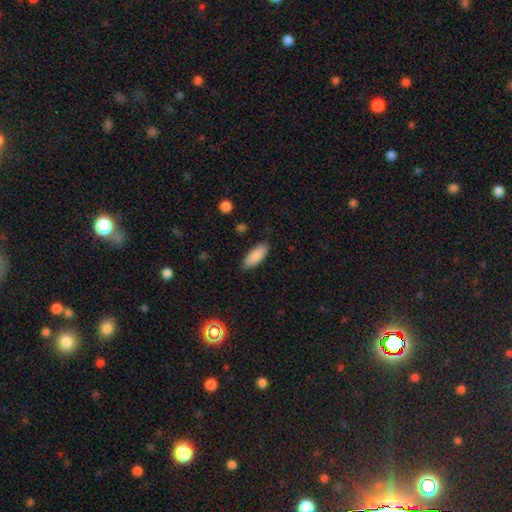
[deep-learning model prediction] This is clearly a smooth galaxy (88%). How rounded: likely in between (79%). Merging: clearly none (85%).